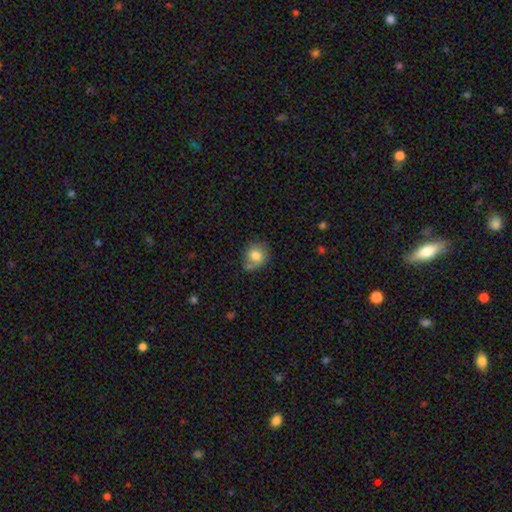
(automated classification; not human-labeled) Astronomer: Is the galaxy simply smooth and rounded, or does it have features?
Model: smooth — 79%.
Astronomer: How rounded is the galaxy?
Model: round — 74%.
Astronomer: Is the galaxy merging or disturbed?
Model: none — 58%.